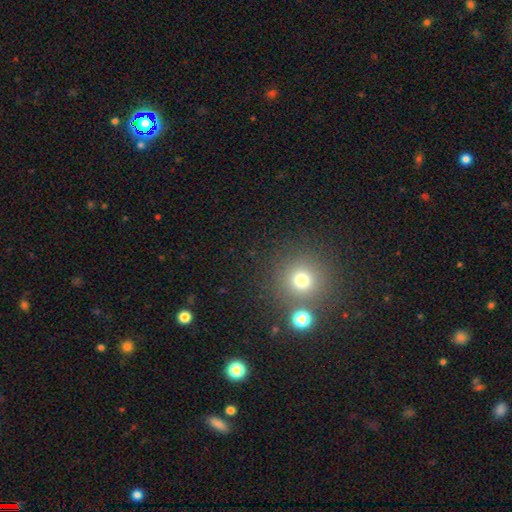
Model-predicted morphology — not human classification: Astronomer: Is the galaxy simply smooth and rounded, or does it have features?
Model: smooth — 57% (runner-up: star or artifact, 35%).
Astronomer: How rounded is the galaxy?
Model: round — 94%.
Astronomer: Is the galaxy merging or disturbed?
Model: none — 84%.